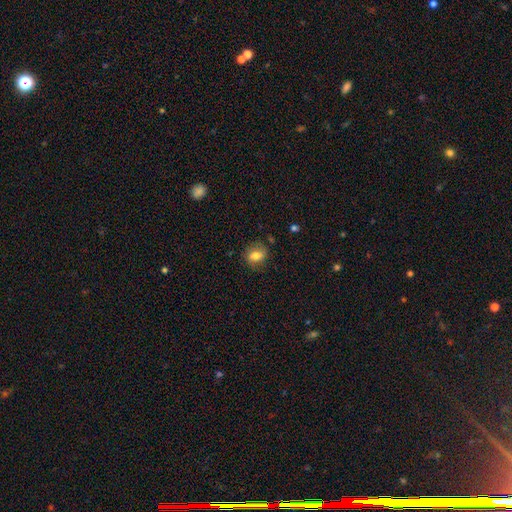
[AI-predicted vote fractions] The model was most divided on "how rounded": in between: 55%, round: 43%, cigar-shaped: 2%. More confident: smooth or featured — smooth (73%); merging — none (73%).